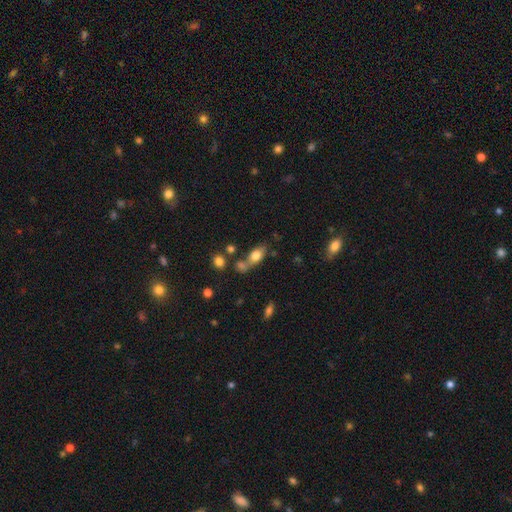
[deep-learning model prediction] Smooth or featured: smooth — 74% (featured or disk — 16%)
How rounded: in between — 78% (round — 12%)
Merging: none — 50% (merger — 27%)